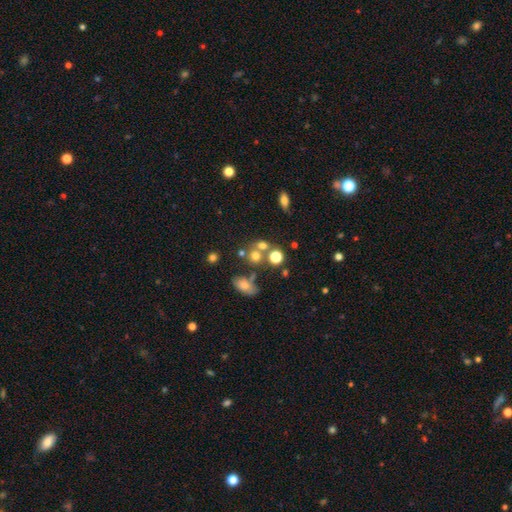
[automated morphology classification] Smooth or featured?
  - smooth: 66% *
  - star or artifact: 20%
  - featured or disk: 15%
How rounded?
  - round: 80% *
  - in between: 19%
  - cigar-shaped: 1%
Merging?
  - none: 48% *
  - merger: 36%
  - minor disturbance: 10%
  - major disturbance: 6%